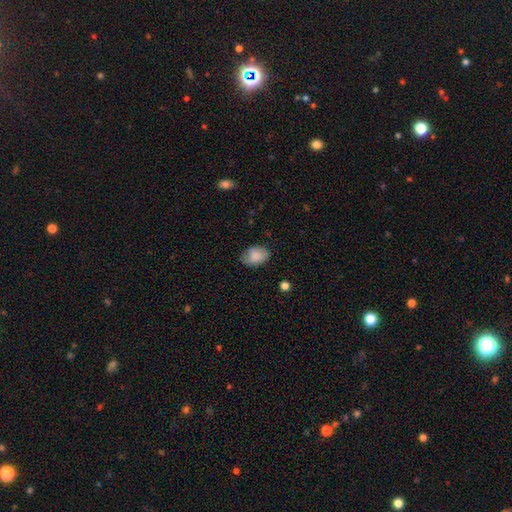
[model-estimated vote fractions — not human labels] The model was most divided on "merging": none: 76%, minor disturbance: 18%, major disturbance: 4%, merger: 1%. More confident: smooth or featured — smooth (85%); how rounded — in between (84%).